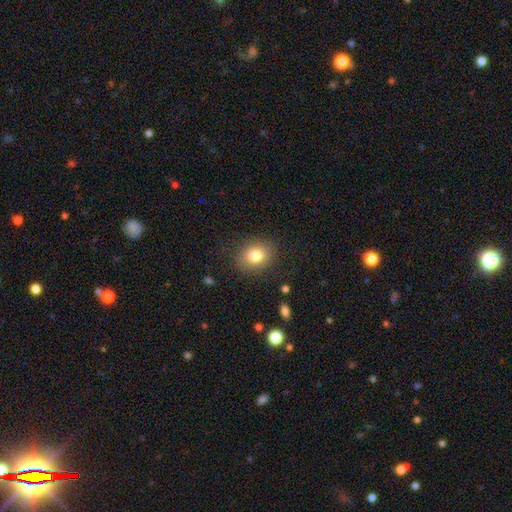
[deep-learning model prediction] Smooth or featured? smooth (80%)
How rounded? in between (51%)
Merging? none (84%)